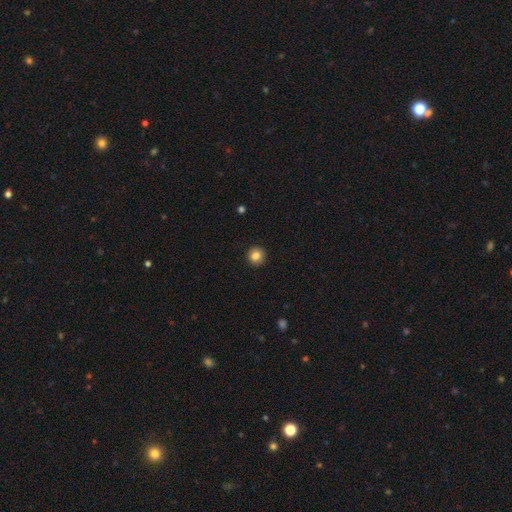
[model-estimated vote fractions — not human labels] A smooth galaxy with no disk features (86%) that is round (93%).

Vote fractions:
- Smooth or featured? smooth: 86% / star or artifact: 10% / featured or disk: 5%
- How rounded? round: 93% / in between: 6% / cigar-shaped: 1%
- Merging? none: 92% / minor disturbance: 6% / major disturbance: 2% / merger: 1%